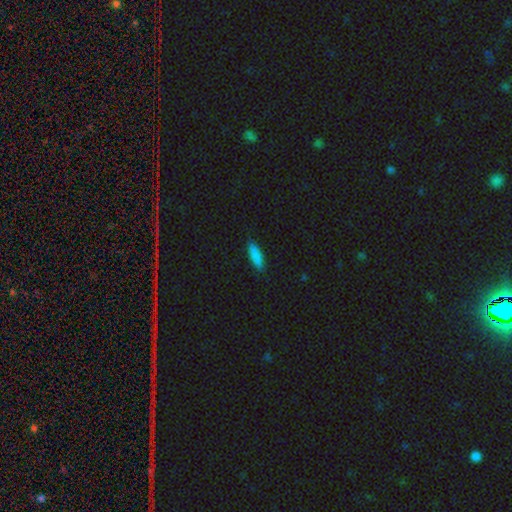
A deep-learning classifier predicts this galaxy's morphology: Q: Smooth or featured?
A: smooth (86%); runner-up: star or artifact (7%)
Q: How rounded?
A: cigar-shaped (62%); runner-up: in between (37%)
Q: Merging?
A: none (87%); runner-up: minor disturbance (10%)